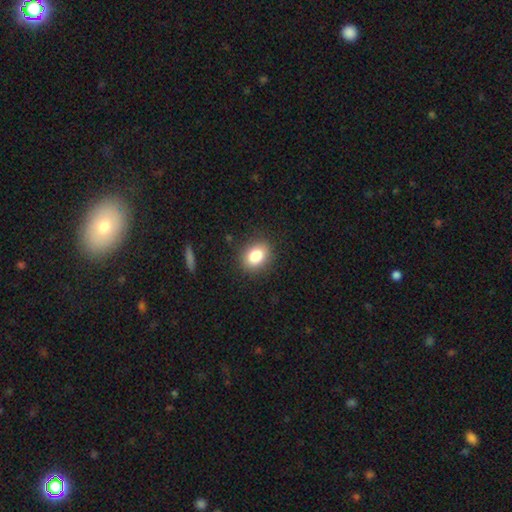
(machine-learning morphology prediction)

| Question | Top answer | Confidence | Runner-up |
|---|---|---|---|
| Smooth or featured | smooth | 83% | star or artifact (10%) |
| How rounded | in between | 59% | round (40%) |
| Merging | none | 86% | minor disturbance (9%) |